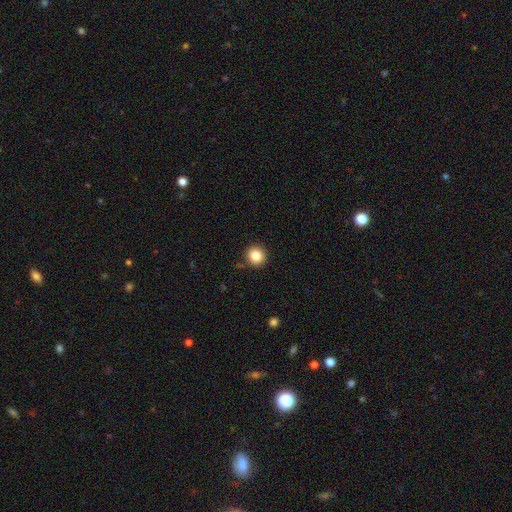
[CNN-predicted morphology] A smooth galaxy with no disk features (84%) that is round (94%).

Vote fractions:
- Smooth or featured? smooth: 84% / star or artifact: 11% / featured or disk: 5%
- How rounded? round: 94% / in between: 6% / cigar-shaped: 1%
- Merging? none: 90% / minor disturbance: 7% / major disturbance: 2% / merger: 2%